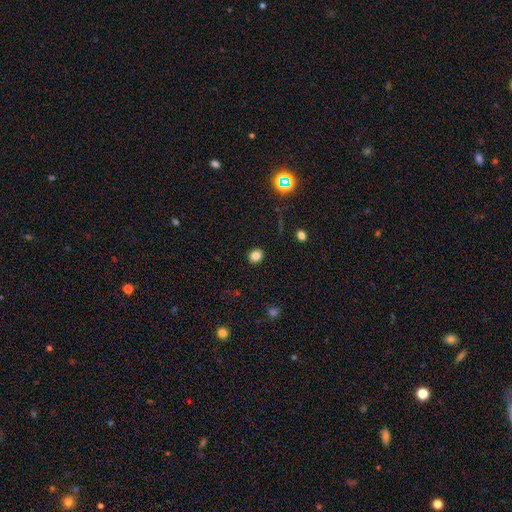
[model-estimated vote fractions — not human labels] Smooth or featured?
  - smooth: 82% *
  - star or artifact: 13%
  - featured or disk: 5%
How rounded?
  - round: 68% *
  - in between: 31%
  - cigar-shaped: 1%
Merging?
  - none: 90% *
  - minor disturbance: 7%
  - major disturbance: 2%
  - merger: 1%